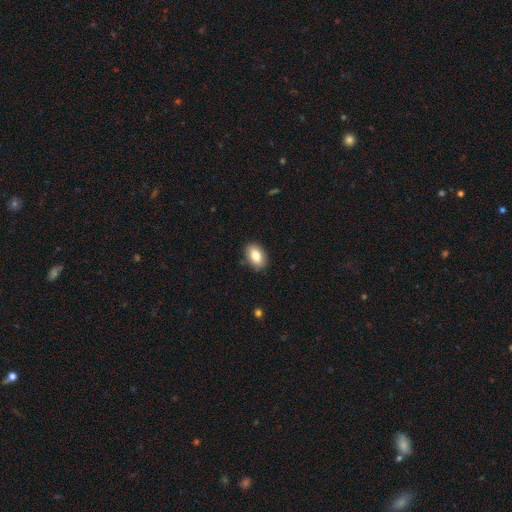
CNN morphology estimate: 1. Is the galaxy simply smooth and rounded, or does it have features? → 84% smooth, 8% featured or disk, 7% star or artifact.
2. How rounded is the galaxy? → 90% in between, 9% round, 1% cigar-shaped.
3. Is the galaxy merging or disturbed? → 86% none, 11% minor disturbance, 2% major disturbance, 1% merger.